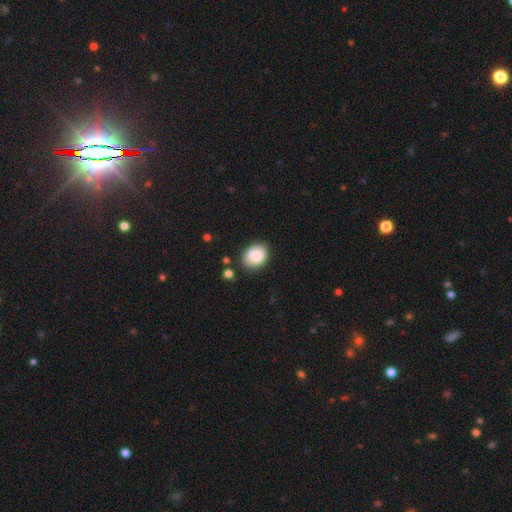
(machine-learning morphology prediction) Smooth or featured?
  - smooth: 83% *
  - featured or disk: 9%
  - star or artifact: 8%
How rounded?
  - in between: 62% *
  - round: 37%
  - cigar-shaped: 1%
Merging?
  - none: 77% *
  - minor disturbance: 17%
  - major disturbance: 3%
  - merger: 3%